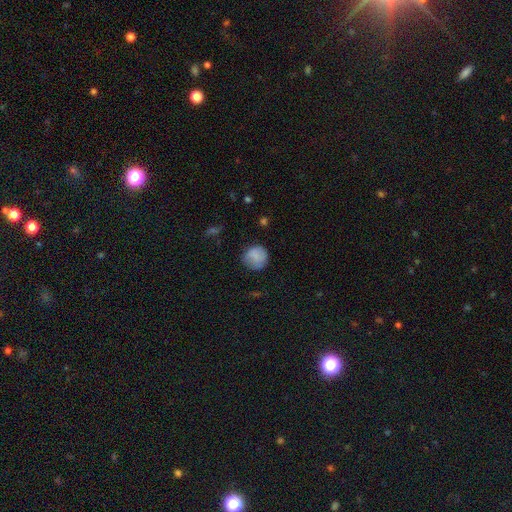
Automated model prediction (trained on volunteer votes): Smooth or featured?
  - smooth: 81% *
  - featured or disk: 11%
  - star or artifact: 8%
How rounded?
  - round: 88% *
  - in between: 11%
  - cigar-shaped: 1%
Merging?
  - none: 71% *
  - minor disturbance: 21%
  - major disturbance: 7%
  - merger: 1%